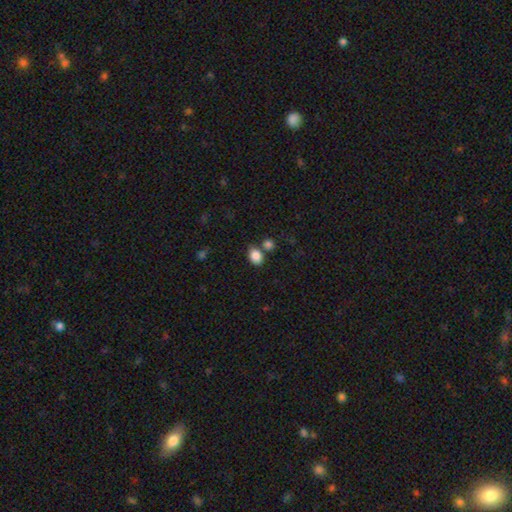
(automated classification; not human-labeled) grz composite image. It shows a smooth galaxy with no disk features (86%) that is in between round and cigar-shaped (67%). Merging: none (63%).